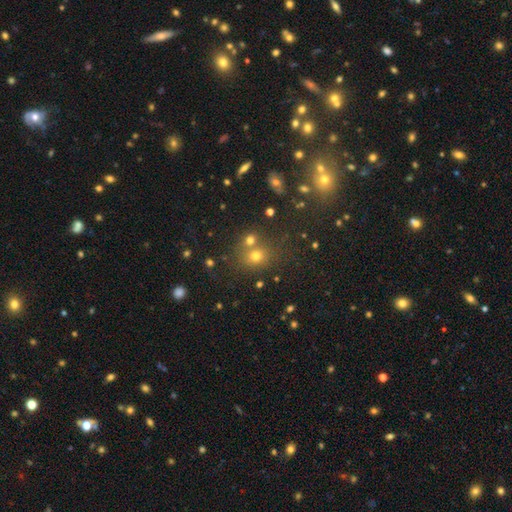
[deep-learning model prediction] Morphology: type=smooth (67%); roundness=round (74%); merging=none (59%).